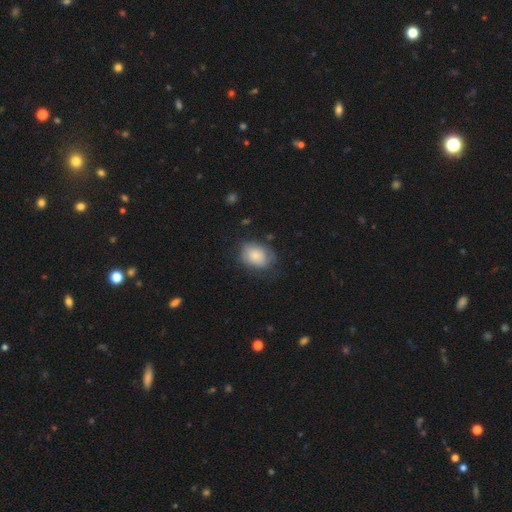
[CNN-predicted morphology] A smooth galaxy with no disk features (75%) that is in between round and cigar-shaped (66%).

Vote fractions:
- Smooth or featured? smooth: 75% / featured or disk: 18% / star or artifact: 7%
- How rounded? in between: 66% / round: 33% / cigar-shaped: 1%
- Merging? none: 59% / minor disturbance: 28% / major disturbance: 12% / merger: 2%